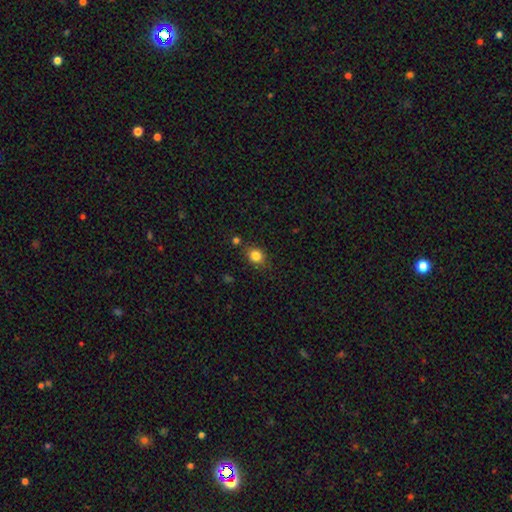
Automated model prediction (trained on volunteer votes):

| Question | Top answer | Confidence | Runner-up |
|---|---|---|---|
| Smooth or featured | smooth | 83% | star or artifact (11%) |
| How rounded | round | 65% | in between (34%) |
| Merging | none | 77% | minor disturbance (15%) |